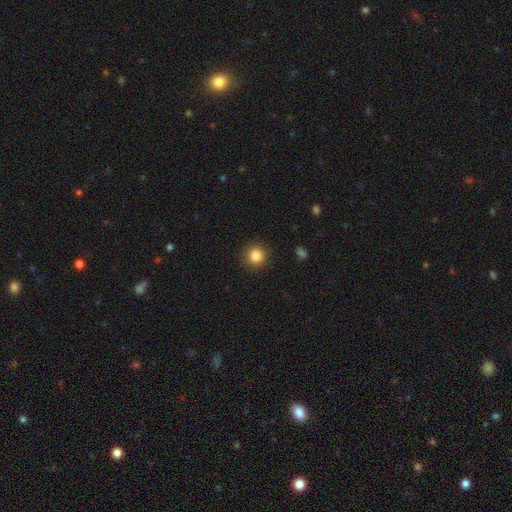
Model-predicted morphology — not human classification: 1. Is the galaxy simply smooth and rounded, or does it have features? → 86% smooth, 10% star or artifact, 4% featured or disk.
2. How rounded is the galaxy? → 93% round, 6% in between, 1% cigar-shaped.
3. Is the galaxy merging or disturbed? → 89% none, 7% minor disturbance, 3% major disturbance, 1% merger.